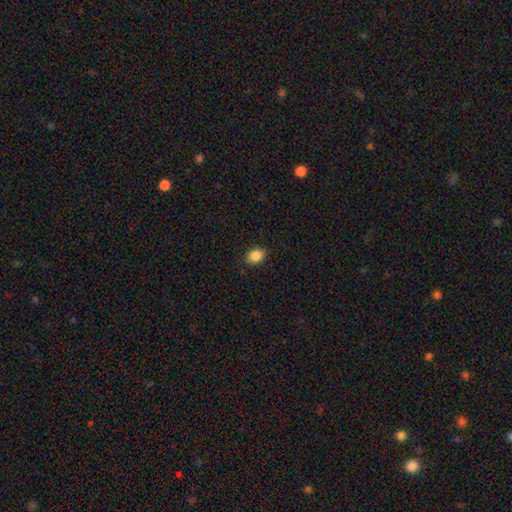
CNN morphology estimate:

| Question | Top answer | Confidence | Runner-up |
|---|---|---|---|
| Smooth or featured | smooth | 87% | star or artifact (9%) |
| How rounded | in between | 64% | round (35%) |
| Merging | none | 87% | minor disturbance (9%) |